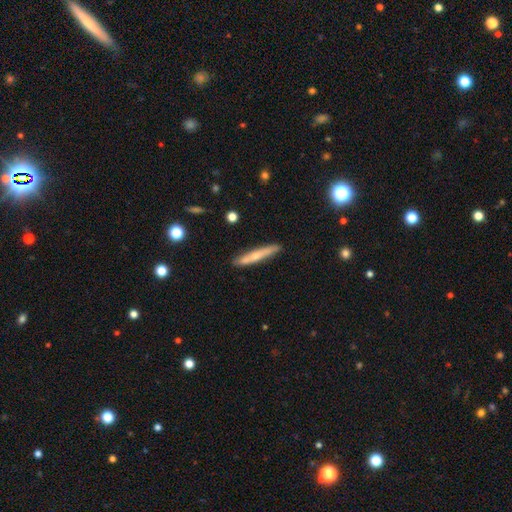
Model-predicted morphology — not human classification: Q: Smooth or featured?
A: smooth (53%); runner-up: featured or disk (41%)
Q: How rounded?
A: cigar-shaped (94%); runner-up: in between (4%)
Q: Merging?
A: none (84%); runner-up: minor disturbance (12%)